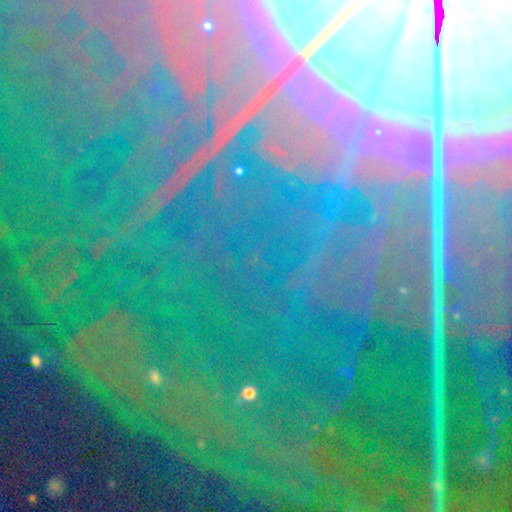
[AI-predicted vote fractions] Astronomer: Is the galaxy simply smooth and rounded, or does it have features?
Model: star or artifact — 83%.